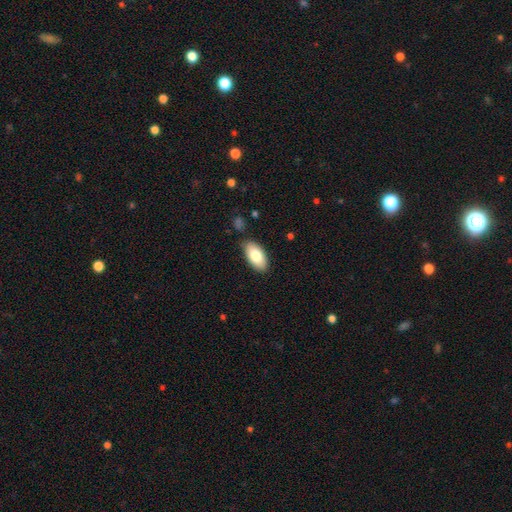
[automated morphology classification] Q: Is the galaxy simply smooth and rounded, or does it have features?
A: smooth — 80%.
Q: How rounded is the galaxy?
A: in between — 93%.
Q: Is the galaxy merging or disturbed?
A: none — 84%.